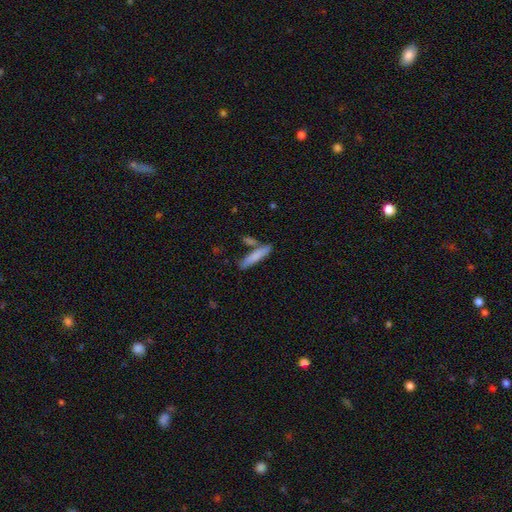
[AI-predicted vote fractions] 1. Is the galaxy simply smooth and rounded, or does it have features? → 78% smooth, 16% featured or disk, 6% star or artifact.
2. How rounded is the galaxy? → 85% cigar-shaped, 13% in between, 2% round.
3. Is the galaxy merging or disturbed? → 74% none, 12% merger, 11% minor disturbance, 3% major disturbance.